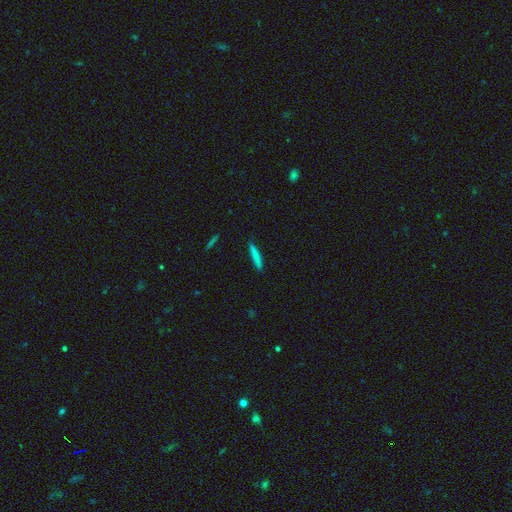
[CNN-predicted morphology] This appears to be a smooth galaxy with no disk features (79%) that is cigar-shaped (94%). Merging: none (89%).